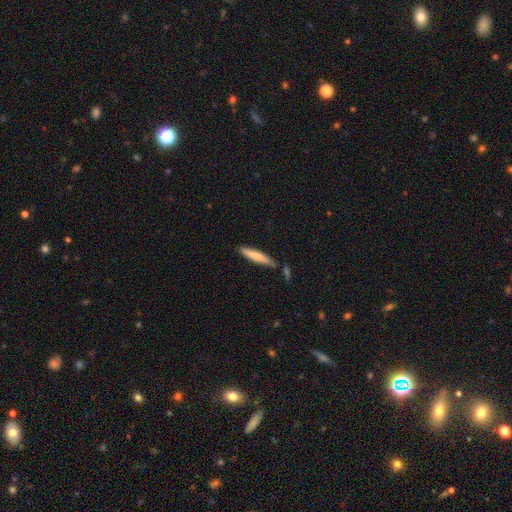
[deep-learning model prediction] Smooth or featured? Predicted: smooth (p=0.73). How rounded? Predicted: cigar-shaped (p=0.90). Merging? Predicted: none (p=0.75).